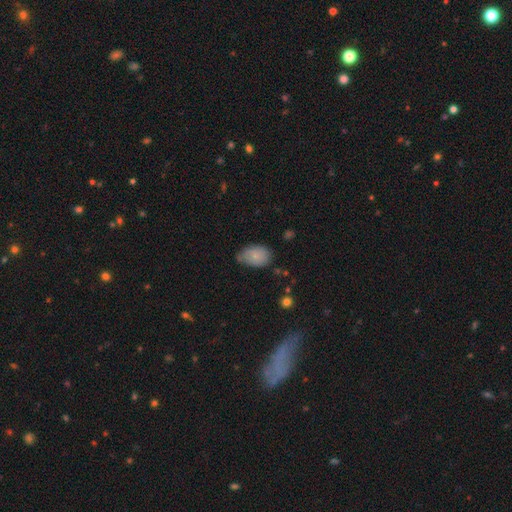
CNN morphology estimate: Overall: smooth (82%). How rounded: in between (87%). Merging: none (53%; minor disturbance 36%).